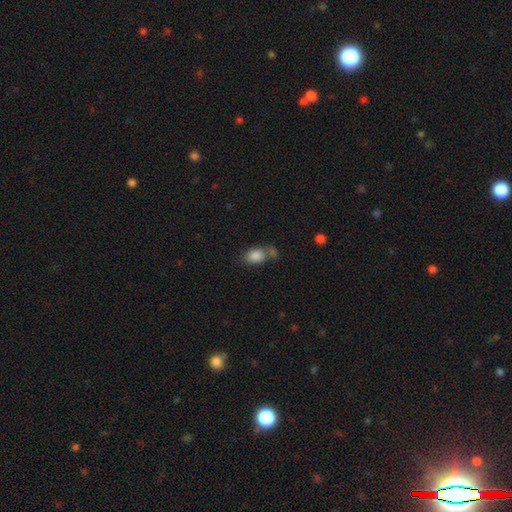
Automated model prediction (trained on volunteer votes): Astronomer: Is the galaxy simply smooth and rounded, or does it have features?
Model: smooth — 85%.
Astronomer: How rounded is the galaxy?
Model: in between — 80%.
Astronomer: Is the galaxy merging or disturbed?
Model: none — 49% (runner-up: merger, 27%).